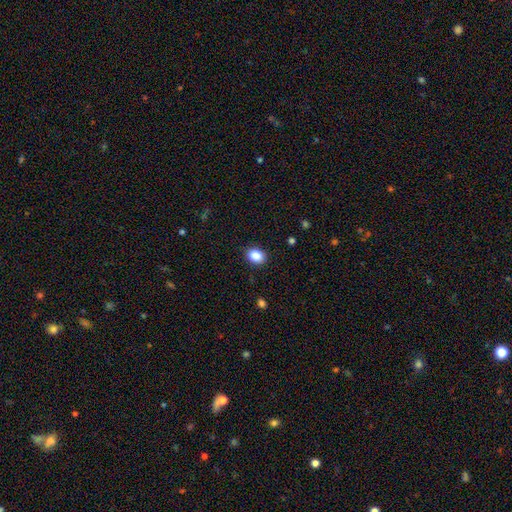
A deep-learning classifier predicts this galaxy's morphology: The model was most divided on "how rounded": in between: 59%, round: 40%, cigar-shaped: 1%. More confident: merging — none (89%); smooth or featured — smooth (87%).